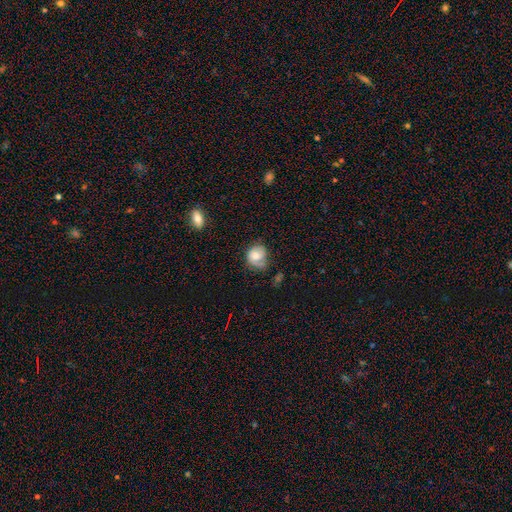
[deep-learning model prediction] Smooth or featured?
  - smooth: 51% *
  - featured or disk: 41%
  - star or artifact: 8%
How rounded?
  - round: 69% *
  - in between: 30%
  - cigar-shaped: 1%
Merging?
  - none: 52% *
  - minor disturbance: 28%
  - major disturbance: 17%
  - merger: 4%